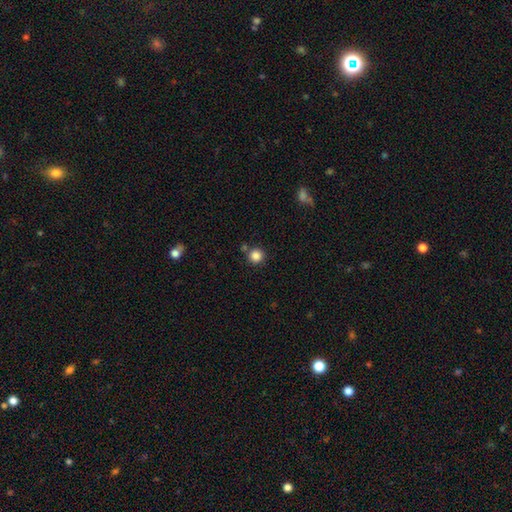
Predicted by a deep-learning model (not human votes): Smooth or featured? smooth (85%)
How rounded? round (95%)
Merging? none (80%)